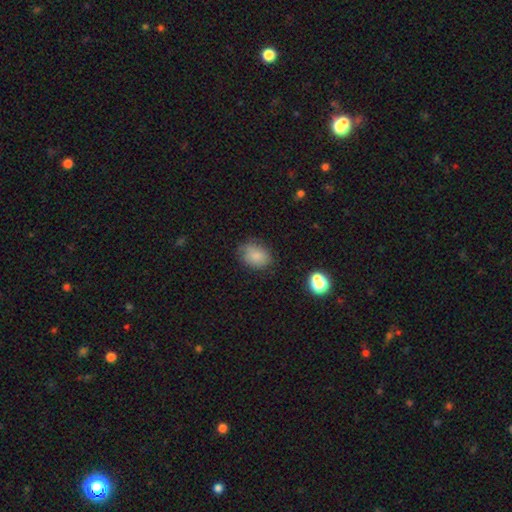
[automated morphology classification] Smooth or featured?
  - smooth: 82% *
  - star or artifact: 9%
  - featured or disk: 8%
How rounded?
  - in between: 66% *
  - round: 33%
  - cigar-shaped: 1%
Merging?
  - none: 70% *
  - minor disturbance: 23%
  - major disturbance: 6%
  - merger: 2%